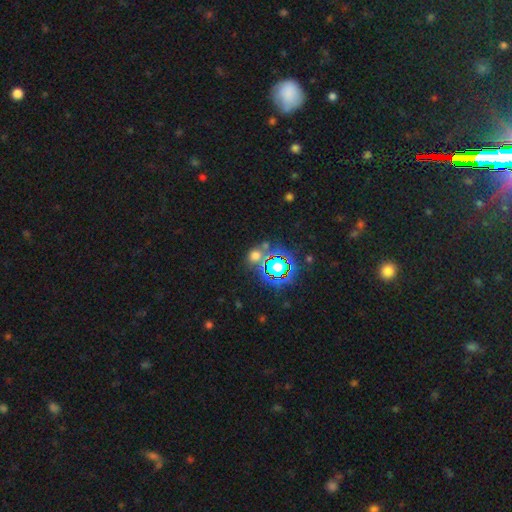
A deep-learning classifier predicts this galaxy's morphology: Q: Smooth or featured?
A: smooth (48%); runner-up: star or artifact (44%)
Q: Merging?
A: none (70%); runner-up: merger (14%)